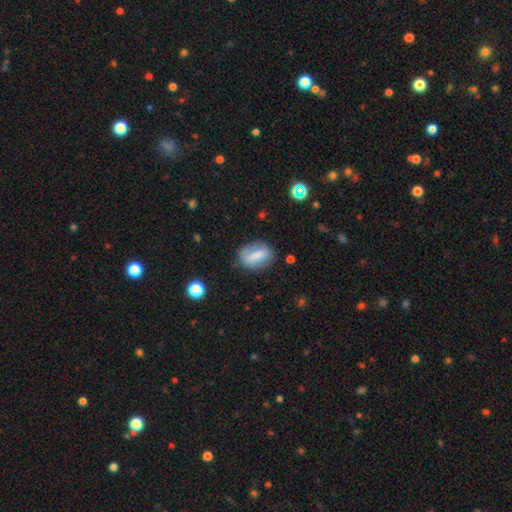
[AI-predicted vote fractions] A smooth galaxy with no disk features (66%) that is in between round and cigar-shaped (74%).

Vote fractions:
- Smooth or featured? smooth: 66% / featured or disk: 26% / star or artifact: 9%
- How rounded? in between: 74% / round: 21% / cigar-shaped: 5%
- Merging? none: 69% / minor disturbance: 21% / major disturbance: 8% / merger: 3%